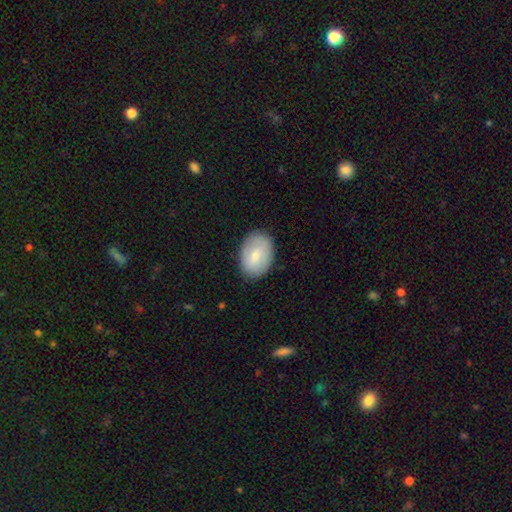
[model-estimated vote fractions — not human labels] A smooth galaxy with no disk features (66%) that is in between round and cigar-shaped (81%).

Vote fractions:
- Smooth or featured? smooth: 66% / featured or disk: 28% / star or artifact: 6%
- How rounded? in between: 81% / round: 18% / cigar-shaped: 1%
- Merging? none: 83% / minor disturbance: 13% / major disturbance: 3% / merger: 1%